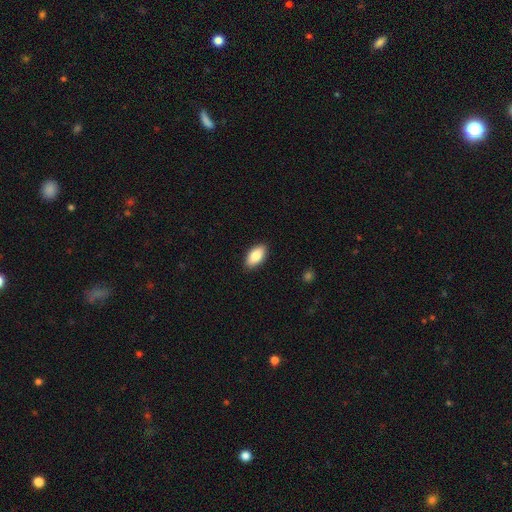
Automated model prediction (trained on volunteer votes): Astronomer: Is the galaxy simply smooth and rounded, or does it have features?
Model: smooth — 85%.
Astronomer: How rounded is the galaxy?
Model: in between — 94%.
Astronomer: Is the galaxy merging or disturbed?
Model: none — 89%.